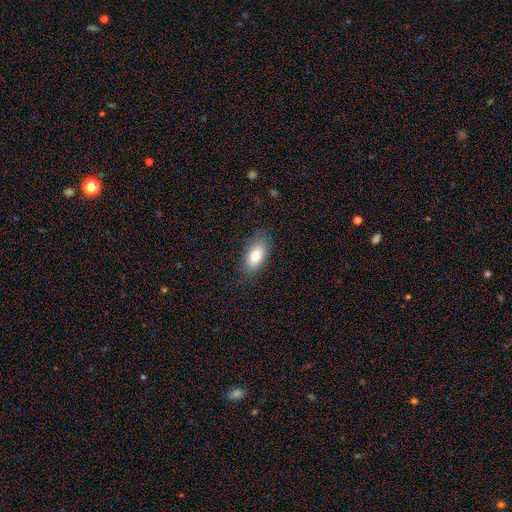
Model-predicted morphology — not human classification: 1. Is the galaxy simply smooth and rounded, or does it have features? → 78% smooth, 14% featured or disk, 8% star or artifact.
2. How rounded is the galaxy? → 89% in between, 6% cigar-shaped, 5% round.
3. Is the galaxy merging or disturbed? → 81% none, 14% minor disturbance, 4% major disturbance, 1% merger.